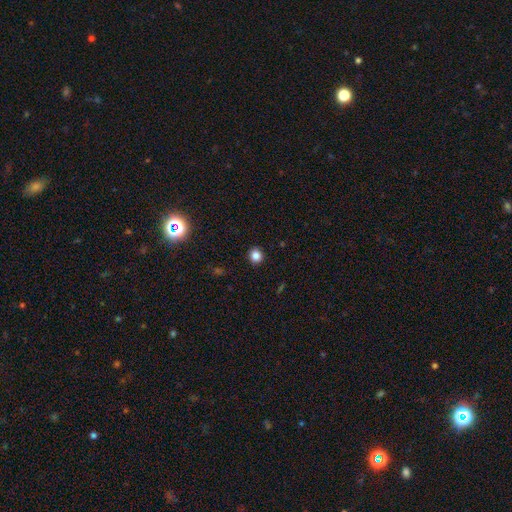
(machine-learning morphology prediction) A smooth galaxy with no disk features (83%) that is round (87%). Merging: none (92%).